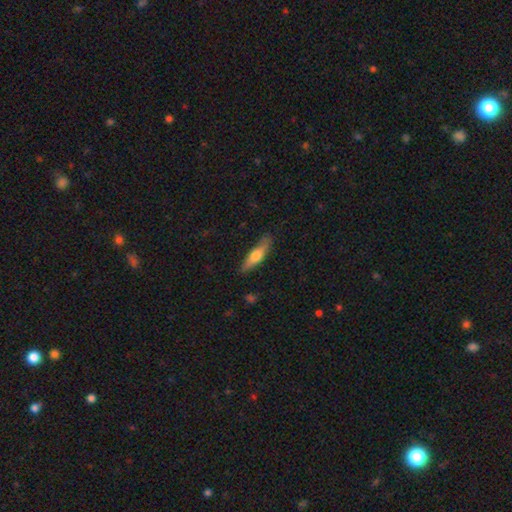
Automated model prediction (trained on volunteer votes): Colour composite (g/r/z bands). It shows a smooth galaxy with no disk features (60%) that is cigar-shaped (70%). Merging: none (82%).